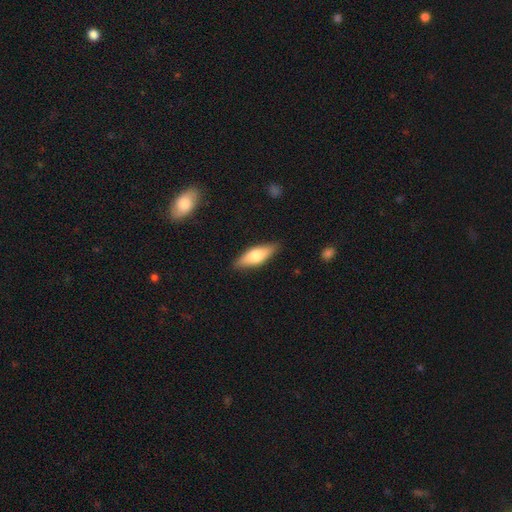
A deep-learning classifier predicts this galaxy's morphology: smooth_or_featured: smooth (p=0.61) [alt: featured or disk p=0.33]
how_rounded: in between (p=0.62) [alt: cigar-shaped p=0.35]
merging: none (p=0.85) [alt: minor disturbance p=0.11]